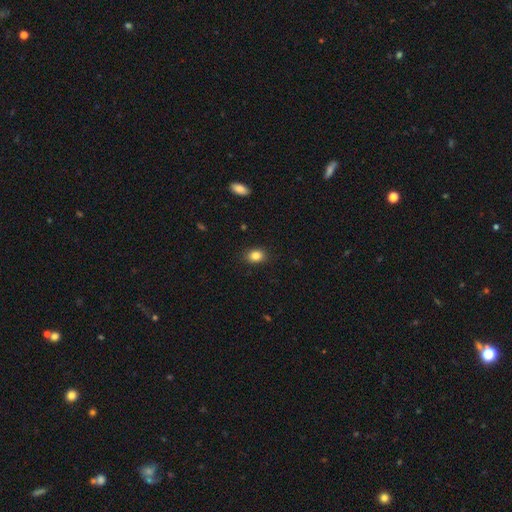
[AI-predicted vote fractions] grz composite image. It shows a smooth galaxy with no disk features (85%) that is in between round and cigar-shaped (66%). Merging: none (88%).